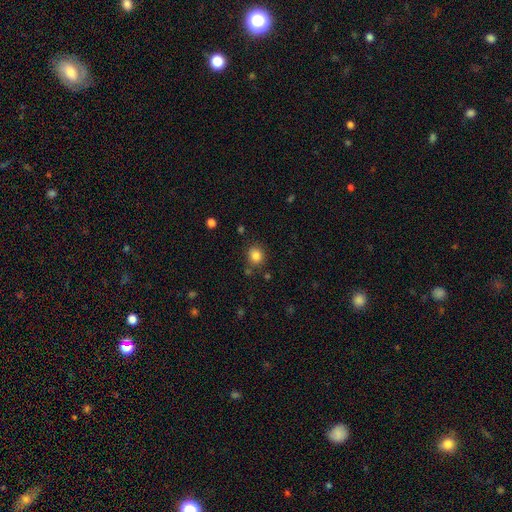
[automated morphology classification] Smooth or featured? Predicted: smooth (p=0.84). How rounded? Predicted: round (p=0.78). Merging? Predicted: none (p=0.82).